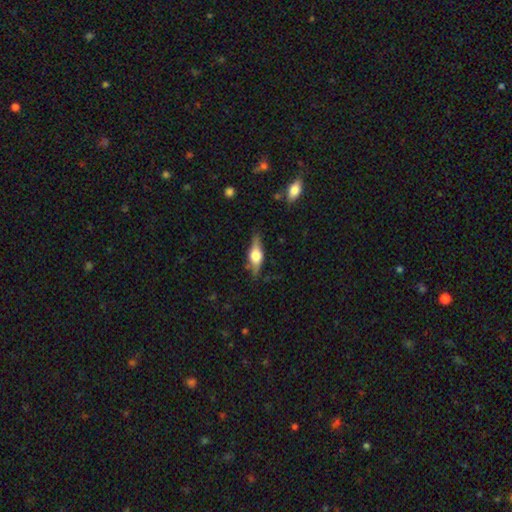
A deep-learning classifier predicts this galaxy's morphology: A featured or disk galaxy (61%) viewed edge-on (93%) with a rounded central bulge (91%).

Vote fractions:
- Smooth or featured? featured or disk: 61% / smooth: 33% / star or artifact: 7%
- Edge-on disk? yes: 93% / no: 7%
- Edge-on bulge? rounded: 91% / boxy: 8% / none: 2%
- Merging? none: 79% / minor disturbance: 15% / major disturbance: 4% / merger: 1%